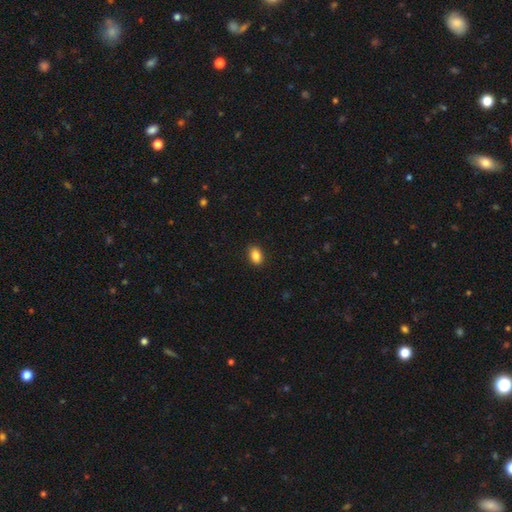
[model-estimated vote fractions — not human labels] Overall: smooth (88%). How rounded: in between (82%). Merging: none (90%).